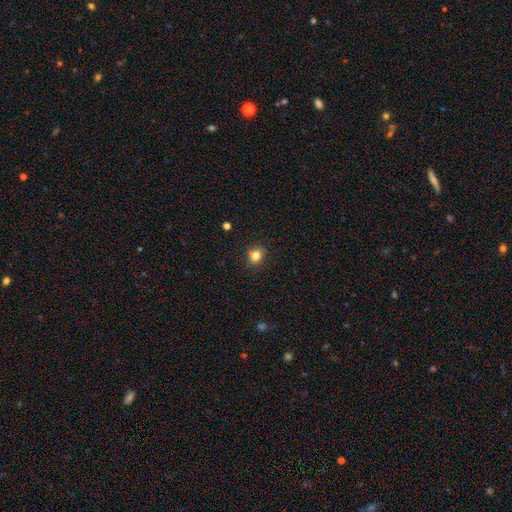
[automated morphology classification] This appears to be a smooth galaxy with no disk features (82%) that is round (69%). Merging: none (86%).